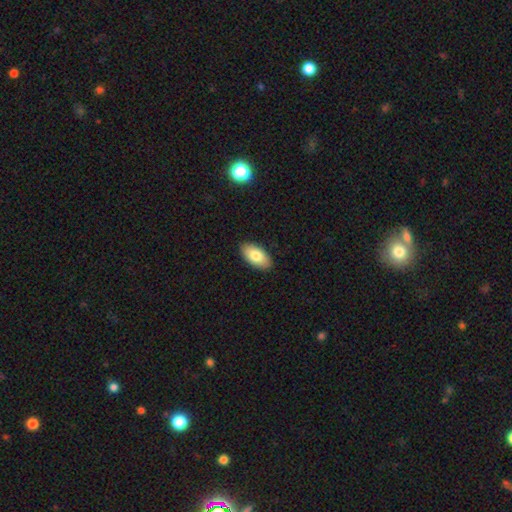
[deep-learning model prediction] Smooth or featured? smooth (79%)
How rounded? in between (95%)
Merging? none (89%)